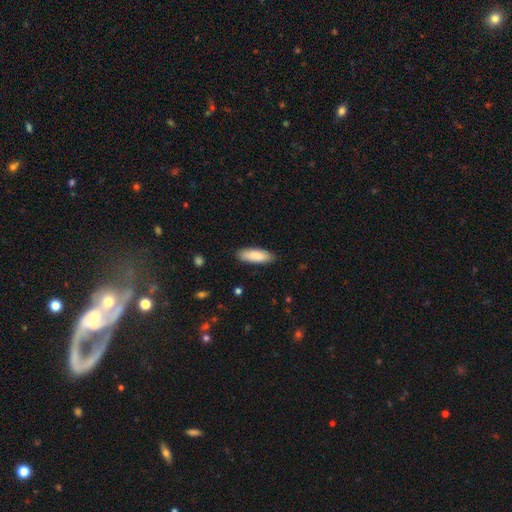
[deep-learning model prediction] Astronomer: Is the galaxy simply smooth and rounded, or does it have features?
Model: smooth — 88%.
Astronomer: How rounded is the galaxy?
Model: in between — 63%.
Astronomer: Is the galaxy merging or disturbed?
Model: none — 87%.